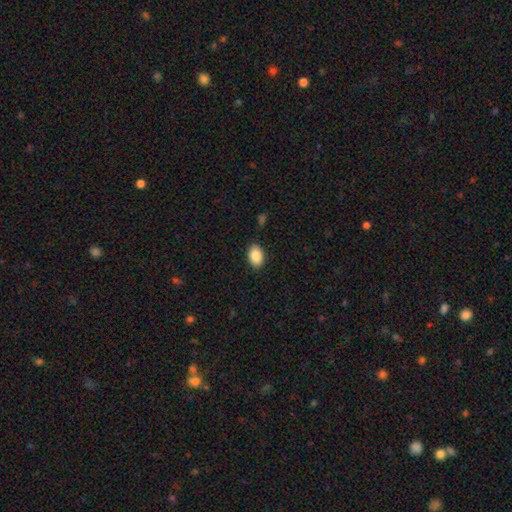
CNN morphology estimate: The model was most divided on "how rounded": in between: 87%, round: 11%, cigar-shaped: 1%. More confident: smooth or featured — smooth (88%); merging — none (86%).